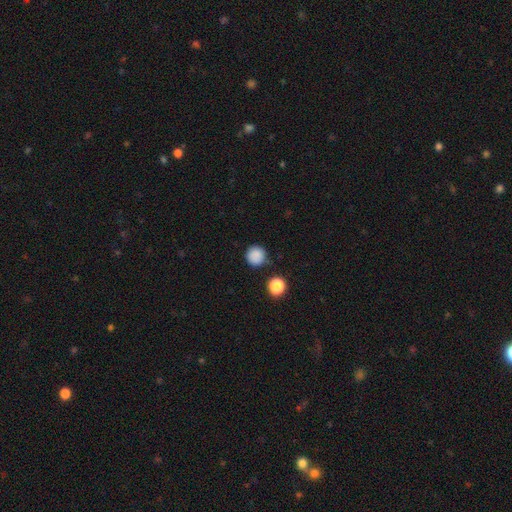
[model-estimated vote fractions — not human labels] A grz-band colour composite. It shows a smooth galaxy with no disk features (86%) that is round (95%). Merging: none (83%).